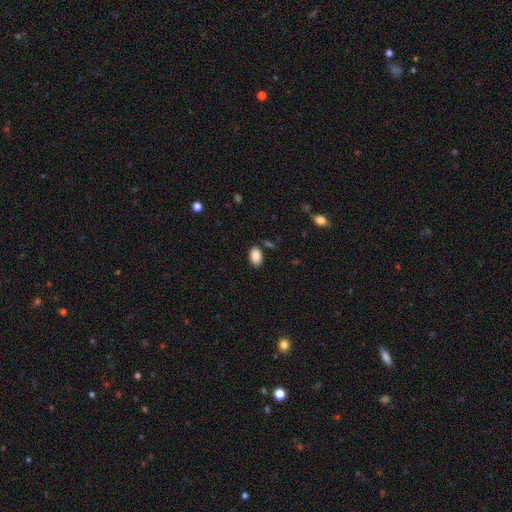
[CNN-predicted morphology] A smooth galaxy with no disk features (88%) that is in between round and cigar-shaped (88%).

Vote fractions:
- Smooth or featured? smooth: 88% / star or artifact: 8% / featured or disk: 4%
- How rounded? in between: 88% / round: 11% / cigar-shaped: 1%
- Merging? none: 84% / minor disturbance: 10% / merger: 3% / major disturbance: 3%